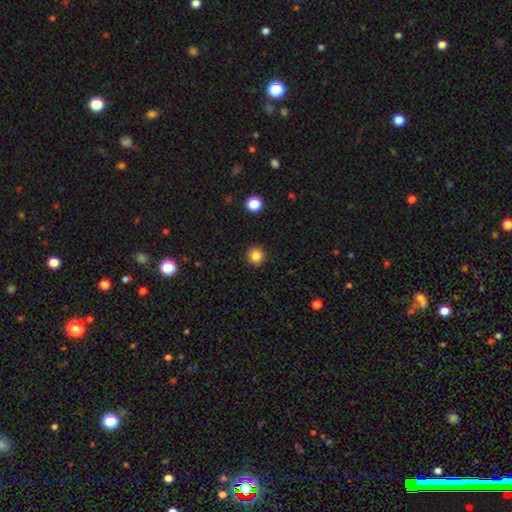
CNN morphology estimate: type=smooth (84%); roundness=round (92%); merging=none (91%).